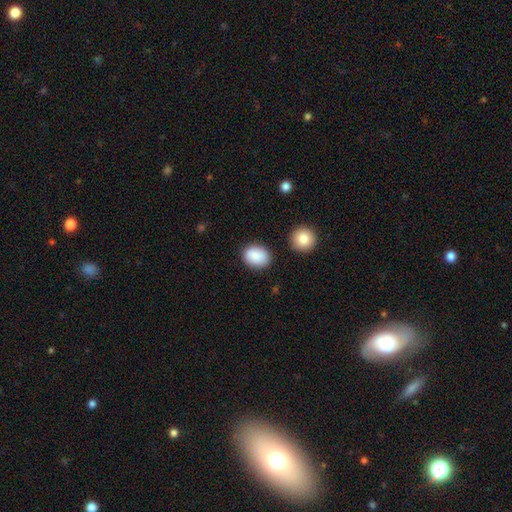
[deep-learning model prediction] Overall: smooth (86%). How rounded: in between (55%; round 44%). Merging: none (83%).